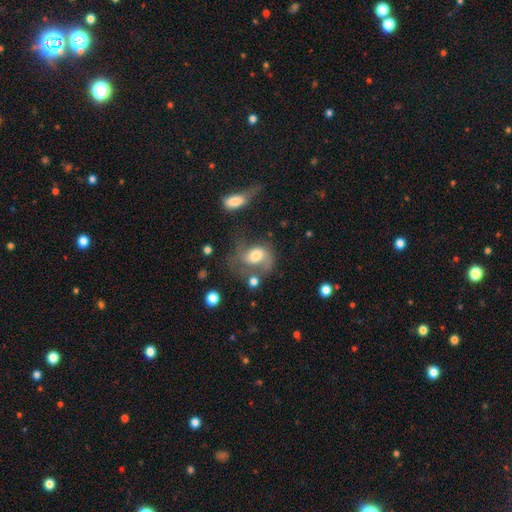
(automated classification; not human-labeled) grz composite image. It shows a featured or disk galaxy (49%). Merging: major disturbance (33%).